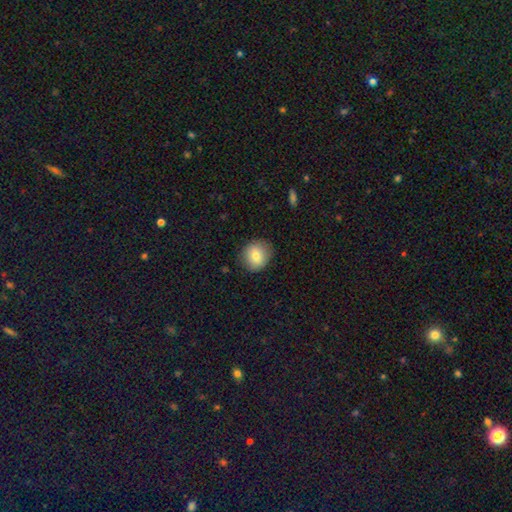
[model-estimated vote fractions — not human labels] Q: Smooth or featured?
A: smooth (78%); runner-up: featured or disk (13%)
Q: How rounded?
A: round (79%); runner-up: in between (20%)
Q: Merging?
A: none (84%); runner-up: minor disturbance (12%)